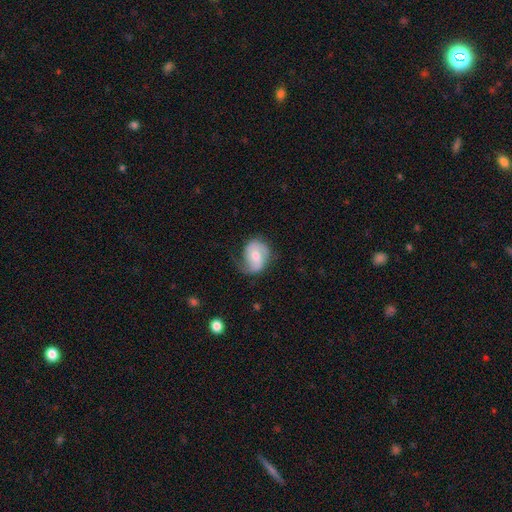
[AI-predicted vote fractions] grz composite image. It shows a featured or disk galaxy (63%) with no bar (43%), 2 (68%) medium (41%) spiral arms (86%) and a moderate central bulge (67%). Merging: none (56%).